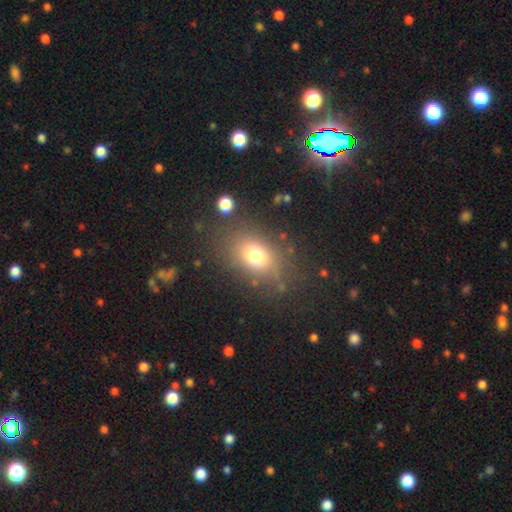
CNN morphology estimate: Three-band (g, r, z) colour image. It shows a smooth galaxy with no disk features (64%) that is in between round and cigar-shaped (67%). Merging: none (81%).